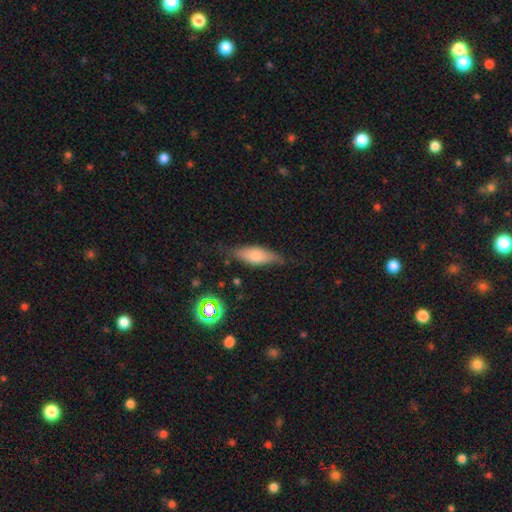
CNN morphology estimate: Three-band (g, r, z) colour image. It shows a smooth galaxy with no disk features (63%) that is in between round and cigar-shaped (62%). Merging: none (68%).